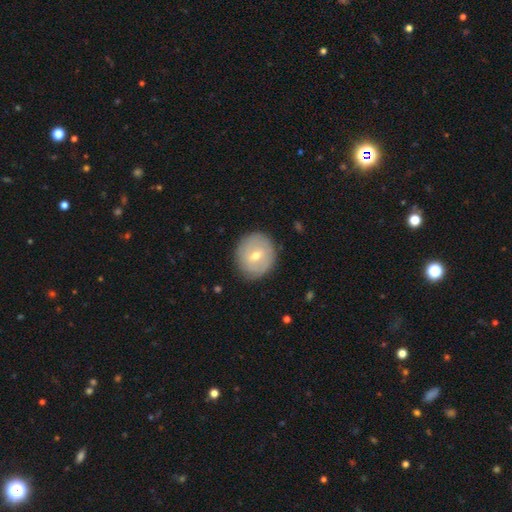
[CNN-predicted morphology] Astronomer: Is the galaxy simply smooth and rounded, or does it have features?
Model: smooth — 47% (runner-up: featured or disk, 45%).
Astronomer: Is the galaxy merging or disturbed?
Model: none — 85%.